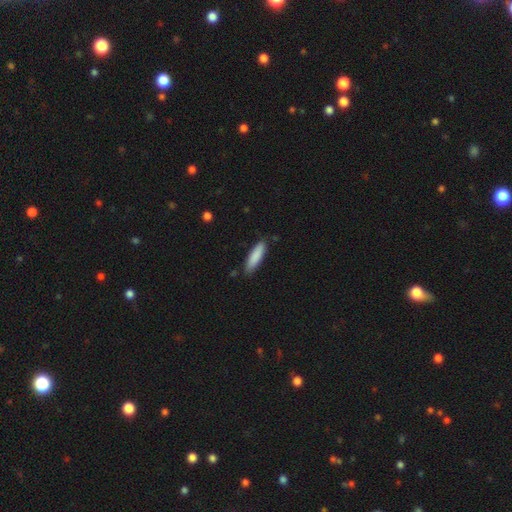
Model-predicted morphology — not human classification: type=smooth (86%); roundness=cigar-shaped (67%); merging=none (84%).